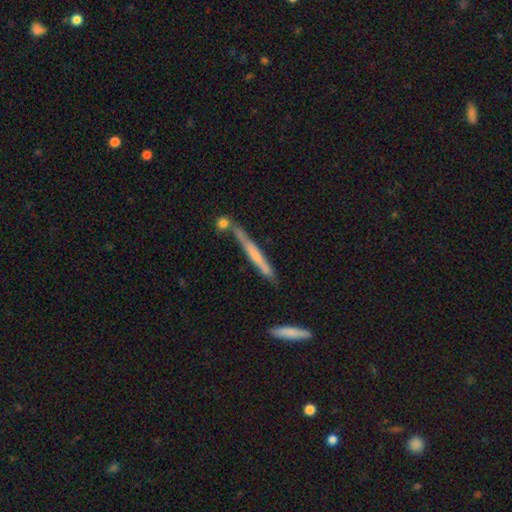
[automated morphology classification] featured or disk 47% (tied), smooth 47% (tied), star or artifact 6%. Down the decision tree: merging — none (70%).